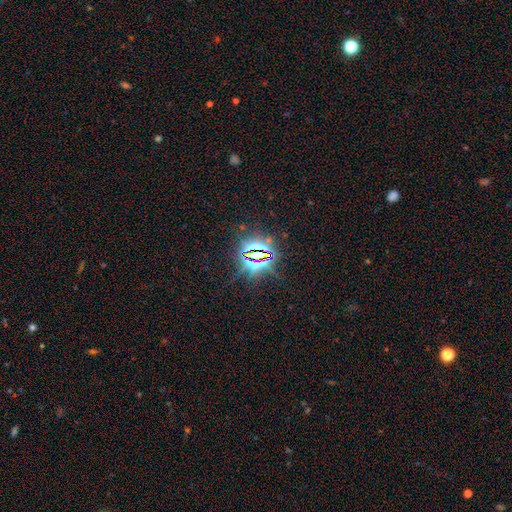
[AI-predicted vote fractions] A star or artifact, not a galaxy (83%).

Vote fractions:
- Smooth or featured? star or artifact: 83% / smooth: 9% / featured or disk: 8%